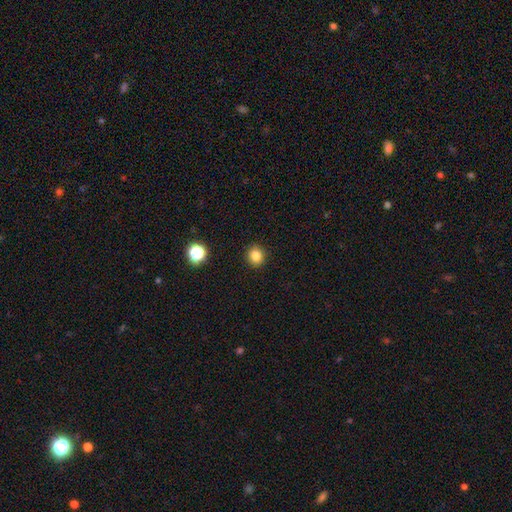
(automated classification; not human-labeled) The model was most divided on "how rounded": round: 83%, in between: 16%, cigar-shaped: 1%. More confident: merging — none (92%); smooth or featured — smooth (82%).